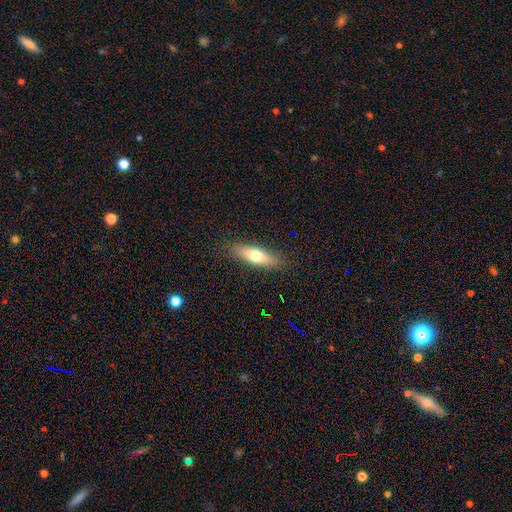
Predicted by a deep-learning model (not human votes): A smooth galaxy with no disk features (63%) that is cigar-shaped (55%).

Vote fractions:
- Smooth or featured? smooth: 63% / featured or disk: 30% / star or artifact: 7%
- How rounded? cigar-shaped: 55% / in between: 42% / round: 2%
- Merging? none: 86% / minor disturbance: 11% / major disturbance: 3% / merger: 1%